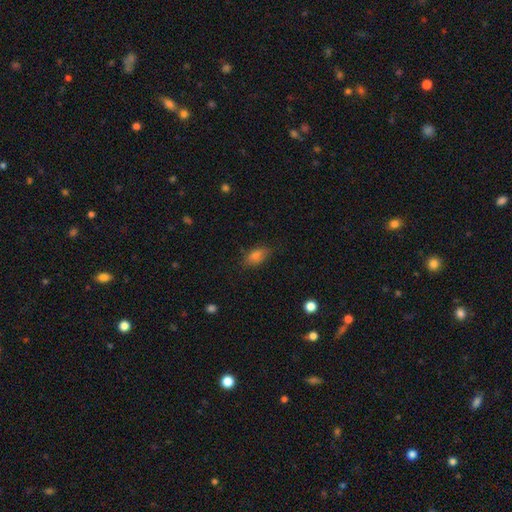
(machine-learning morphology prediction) The model was most divided on "smooth or featured": smooth: 72%, star or artifact: 16%, featured or disk: 12%. More confident: how rounded — in between (83%); merging — none (76%).